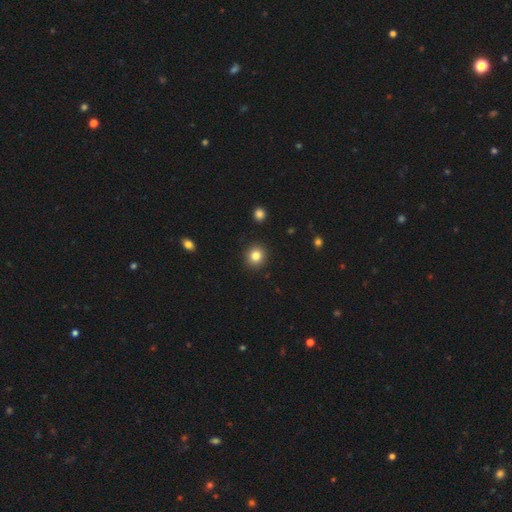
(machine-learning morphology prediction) smooth_or_featured: smooth (p=0.83) [alt: star or artifact p=0.10]
how_rounded: round (p=0.87) [alt: in between p=0.12]
merging: none (p=0.92) [alt: minor disturbance p=0.05]